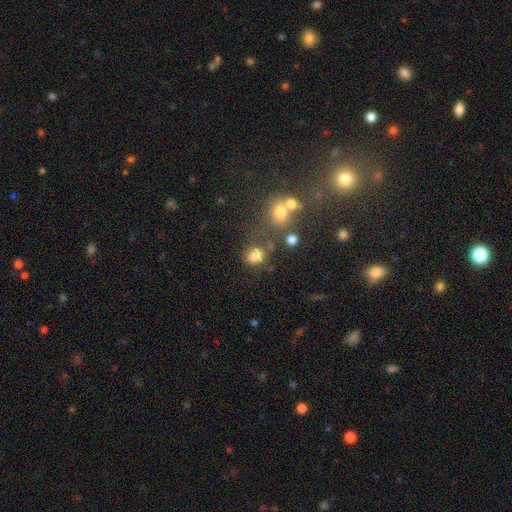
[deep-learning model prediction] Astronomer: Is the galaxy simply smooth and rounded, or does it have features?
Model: smooth — 78%.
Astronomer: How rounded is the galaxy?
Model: in between — 50% (runner-up: round, 49%).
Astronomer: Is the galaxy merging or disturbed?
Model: none — 61%.